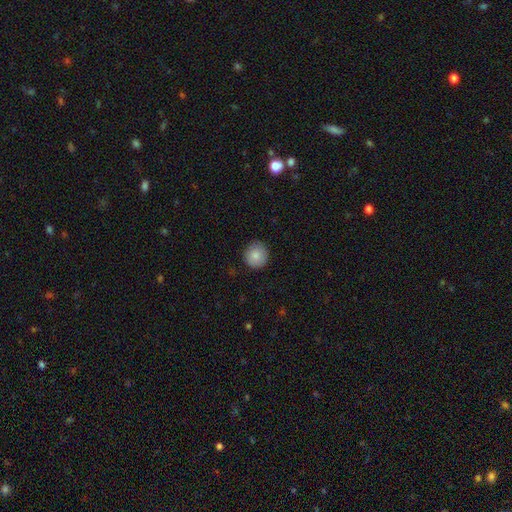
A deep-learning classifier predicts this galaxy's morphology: This is clearly a smooth galaxy (85%). How rounded: clearly round (92%). Merging: clearly none (88%).